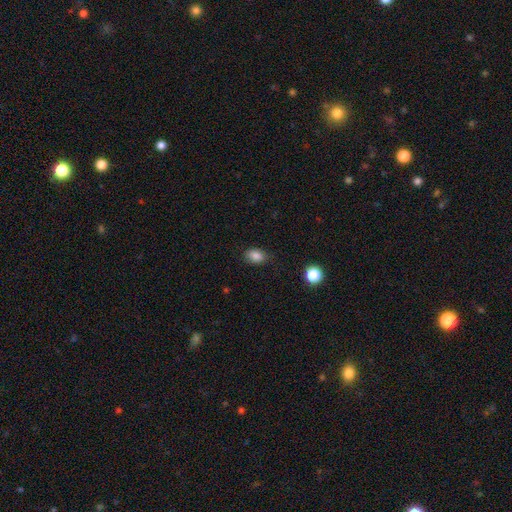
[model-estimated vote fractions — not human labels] The model was most divided on "how rounded": in between: 76%, round: 23%, cigar-shaped: 1%. More confident: smooth or featured — smooth (85%); merging — none (80%).